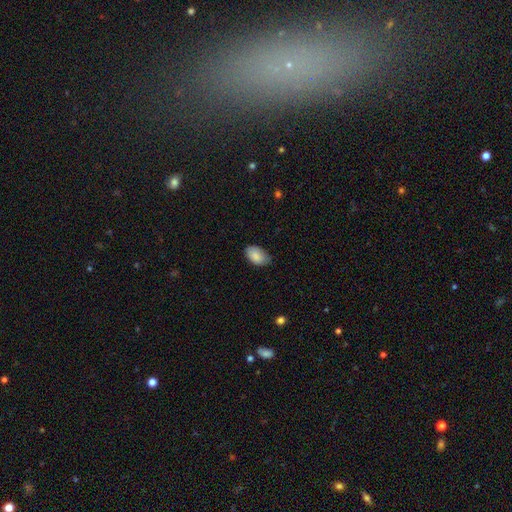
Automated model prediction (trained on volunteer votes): Smooth or featured? Predicted: smooth (p=0.87). How rounded? Predicted: in between (p=0.92). Merging? Predicted: none (p=0.72).